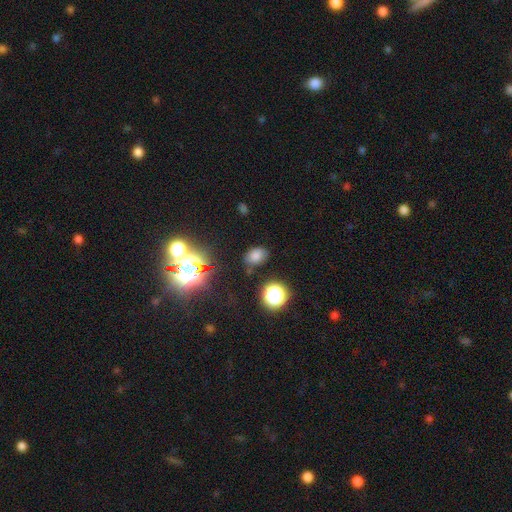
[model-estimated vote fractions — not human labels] A smooth galaxy with no disk features (69%) that is in between round and cigar-shaped (75%).

Vote fractions:
- Smooth or featured? smooth: 69% / star or artifact: 23% / featured or disk: 8%
- How rounded? in between: 75% / round: 23% / cigar-shaped: 1%
- Merging? none: 75% / minor disturbance: 16% / major disturbance: 5% / merger: 4%